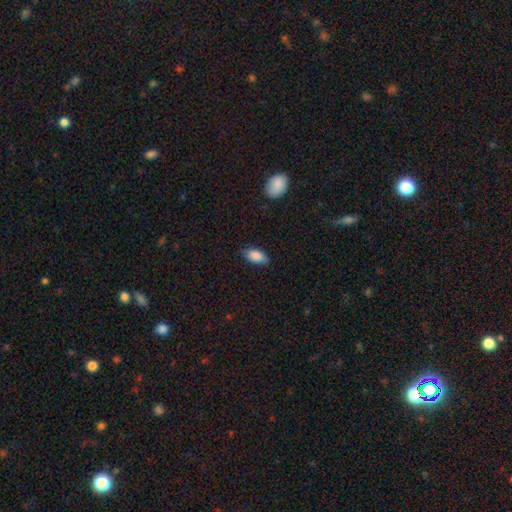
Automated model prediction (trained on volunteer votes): Morphology: type=smooth (86%); roundness=in between (90%); merging=none (81%).